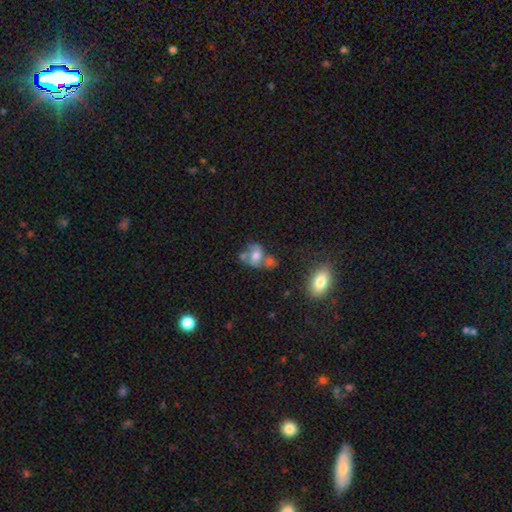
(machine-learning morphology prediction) smooth_or_featured: smooth (p=0.64) [alt: featured or disk p=0.25]
how_rounded: in between (p=0.60) [alt: round p=0.38]
merging: merger (p=0.41) [alt: none p=0.34]